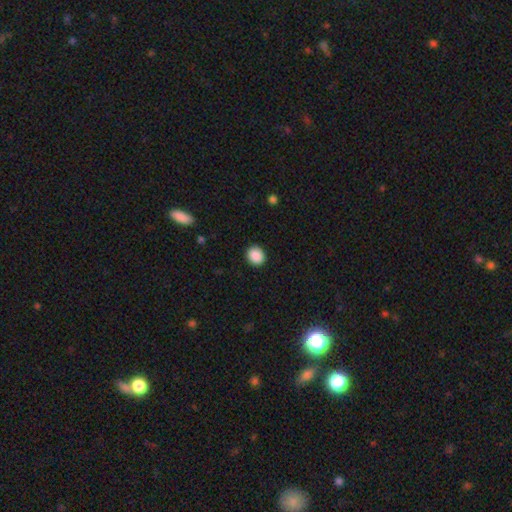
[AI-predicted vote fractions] A smooth galaxy with no disk features (89%) that is round (79%). Merging: none (92%).